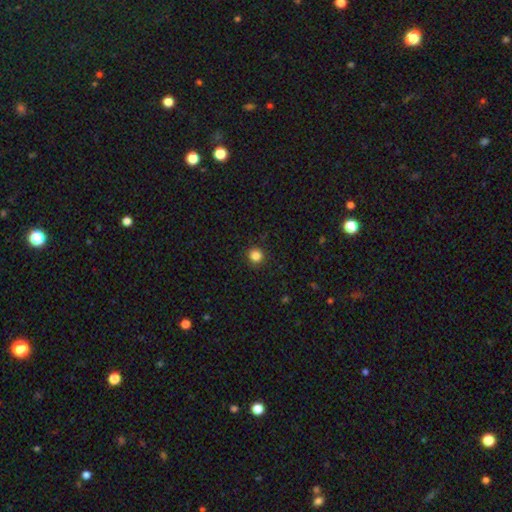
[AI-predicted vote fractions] Morphology: type=smooth (84%); roundness=round (94%); merging=none (92%).